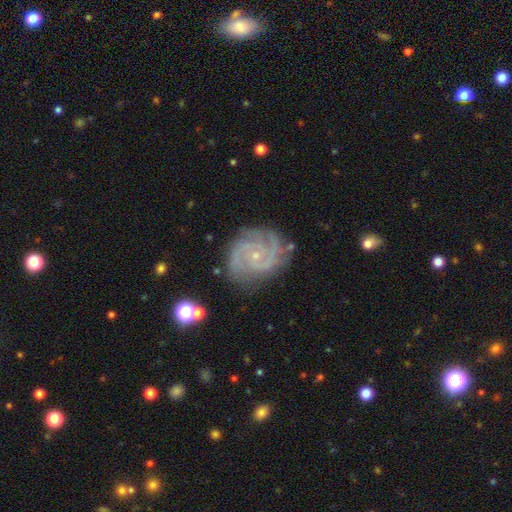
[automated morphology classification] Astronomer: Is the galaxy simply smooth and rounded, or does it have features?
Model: featured or disk — 90%.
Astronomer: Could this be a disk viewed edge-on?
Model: no — 98%.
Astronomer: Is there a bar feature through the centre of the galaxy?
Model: no — 70%.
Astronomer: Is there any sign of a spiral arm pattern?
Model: yes — 98%.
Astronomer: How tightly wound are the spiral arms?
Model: tight — 62%.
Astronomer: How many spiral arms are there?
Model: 2 — 45% (runner-up: 3, 28%).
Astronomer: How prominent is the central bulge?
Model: small — 84%.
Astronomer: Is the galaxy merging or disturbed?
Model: none — 79%.